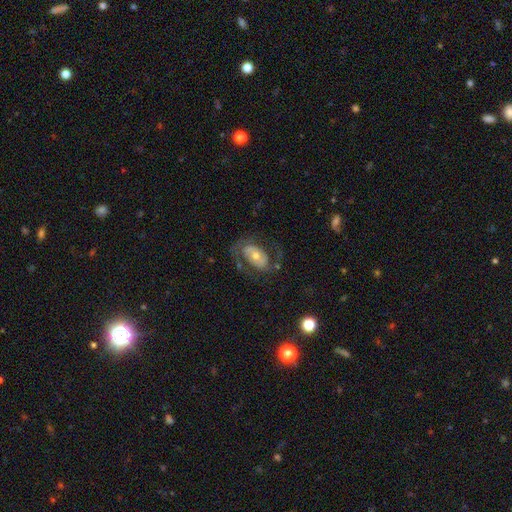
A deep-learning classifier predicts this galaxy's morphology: smooth_or_featured: featured or disk (p=0.65) [alt: smooth p=0.28]
disk_edge_on: no (p=0.95) [alt: yes p=0.05]
bar: no (p=0.67) [alt: weak p=0.23]
has_spiral_arms: yes (p=0.67) [alt: no p=0.33]
bulge_size: moderate (p=0.61) [alt: small p=0.30]
merging: none (p=0.61) [alt: major disturbance p=0.20]